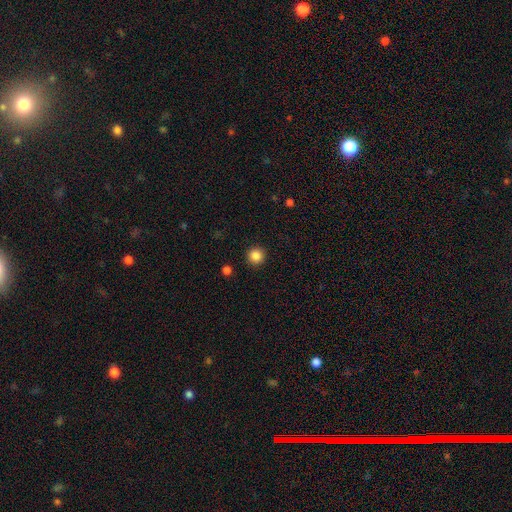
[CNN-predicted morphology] This appears to be a smooth galaxy with no disk features (86%) that is round (96%). Merging: none (93%).